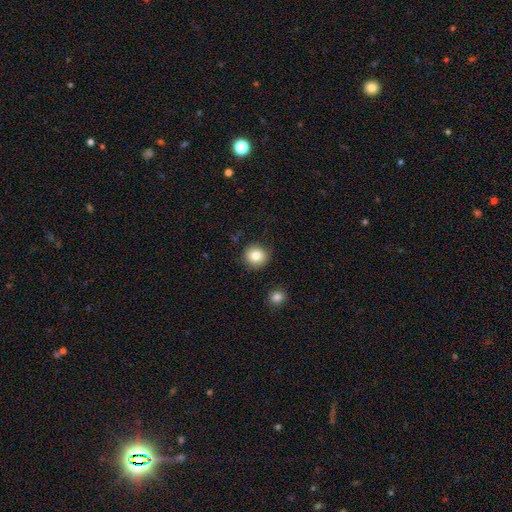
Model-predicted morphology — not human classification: Overall: smooth (82%). How rounded: round (92%). Merging: none (88%).